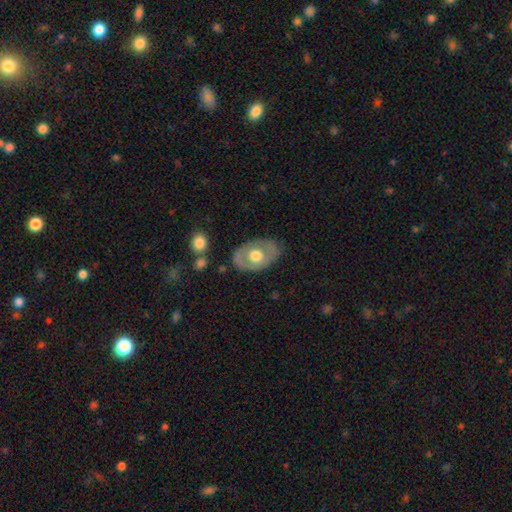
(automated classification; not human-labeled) Smooth or featured: featured or disk — 49% (smooth — 45%)
Merging: none — 76% (minor disturbance — 16%)